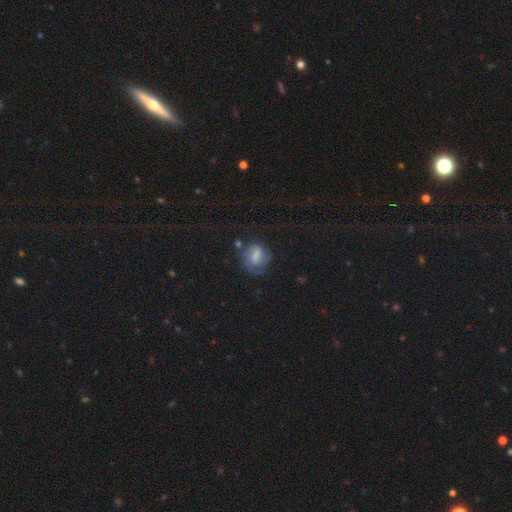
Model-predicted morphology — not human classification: Smooth or featured: smooth — 47% (featured or disk — 42%)
Merging: none — 51% (minor disturbance — 25%)